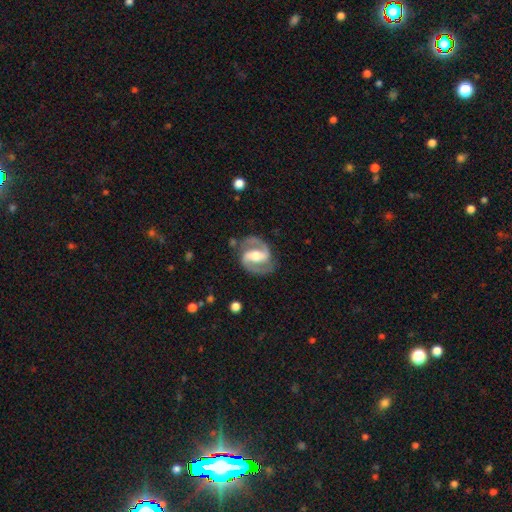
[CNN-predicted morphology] A featured or disk galaxy (89%) with a strong bar (52%), 2 (94%) medium (60%) spiral arms (96%) and a moderate central bulge (63%). Merging: none (83%).